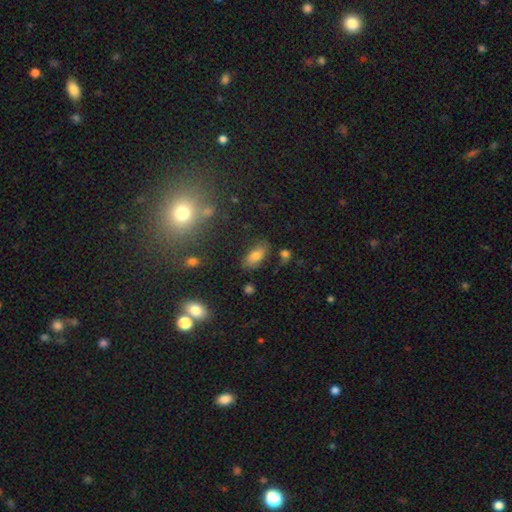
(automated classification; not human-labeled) A smooth galaxy with no disk features (72%) that is in between round and cigar-shaped (89%). Merging: none (71%).